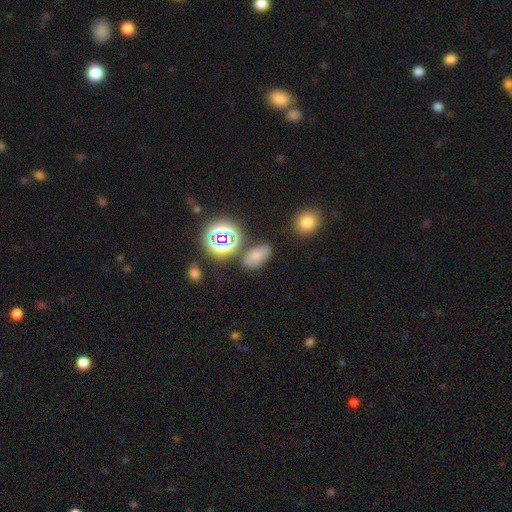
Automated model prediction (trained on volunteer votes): A smooth galaxy with no disk features (57%) that is in between round and cigar-shaped (87%).

Vote fractions:
- Smooth or featured? smooth: 57% / star or artifact: 25% / featured or disk: 18%
- How rounded? in between: 87% / round: 11% / cigar-shaped: 2%
- Merging? none: 74% / minor disturbance: 15% / merger: 6% / major disturbance: 5%